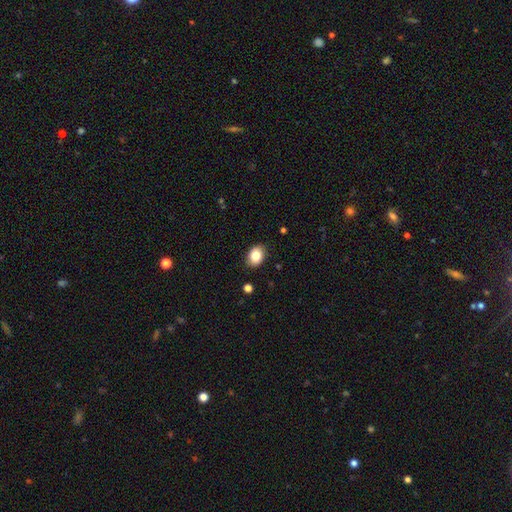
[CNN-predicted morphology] smooth 84%, star or artifact 8%, featured or disk 8%. Down the decision tree: how rounded — in between (70%); merging — none (86%).